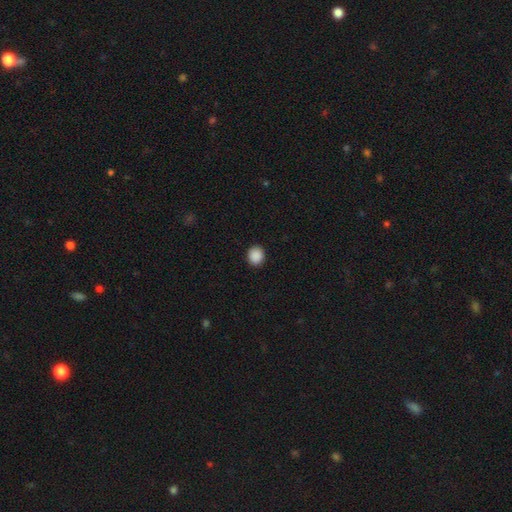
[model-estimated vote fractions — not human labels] Q: Smooth or featured?
A: smooth (89%); runner-up: star or artifact (9%)
Q: How rounded?
A: round (78%); runner-up: in between (21%)
Q: Merging?
A: none (91%); runner-up: minor disturbance (6%)